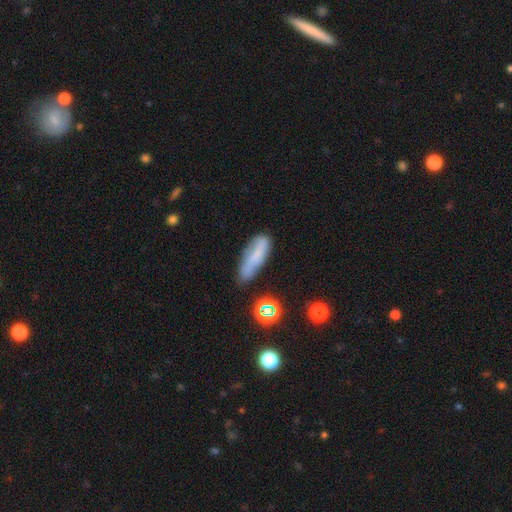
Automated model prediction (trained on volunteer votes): smooth-or-featured: smooth: 65% | featured or disk: 23% | star or artifact: 12%
  how-rounded: cigar-shaped: 55% | in between: 42% | round: 3%
  merging: none: 60% | minor disturbance: 27% | major disturbance: 8% | merger: 4%